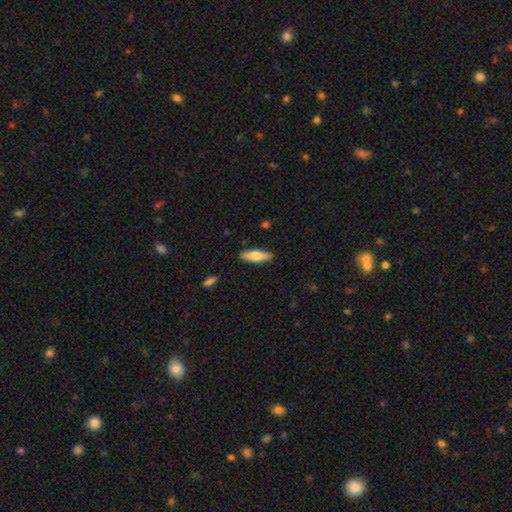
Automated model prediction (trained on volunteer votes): Q: Smooth or featured?
A: smooth (65%); runner-up: featured or disk (30%)
Q: How rounded?
A: cigar-shaped (53%); runner-up: in between (45%)
Q: Merging?
A: none (88%); runner-up: minor disturbance (9%)